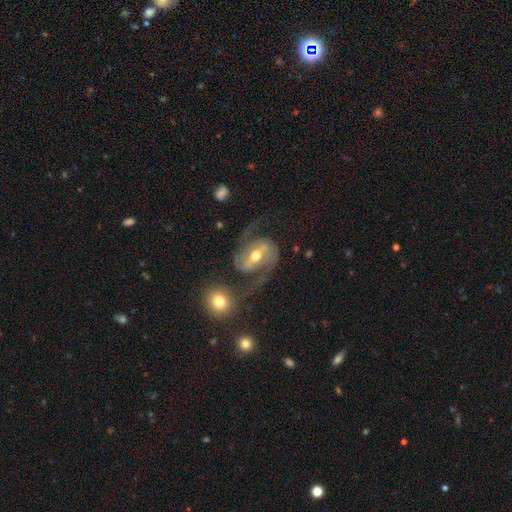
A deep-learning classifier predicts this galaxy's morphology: The model was most divided on "bar": strong: 45%, weak: 37%, no: 18%. More confident: edge-on disk — no (98%); spiral arms — yes (97%); spiral arm count — 2 (93%); smooth or featured — featured or disk (89%); bulge size — moderate (71%); merging — none (67%); spiral winding — medium (54%).